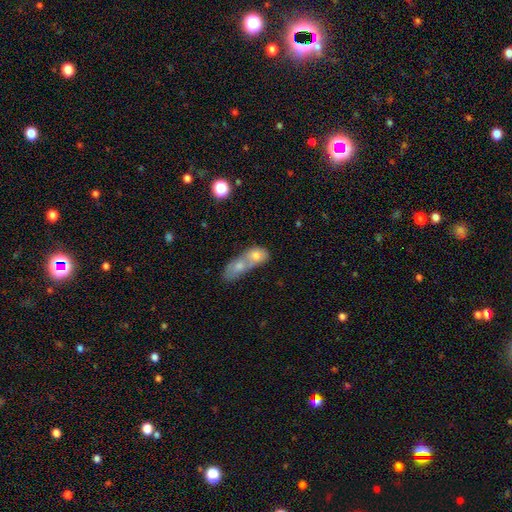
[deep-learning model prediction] Q: Smooth or featured?
A: smooth (69%); runner-up: featured or disk (23%)
Q: How rounded?
A: in between (65%); runner-up: round (25%)
Q: Merging?
A: merger (79%); runner-up: none (12%)